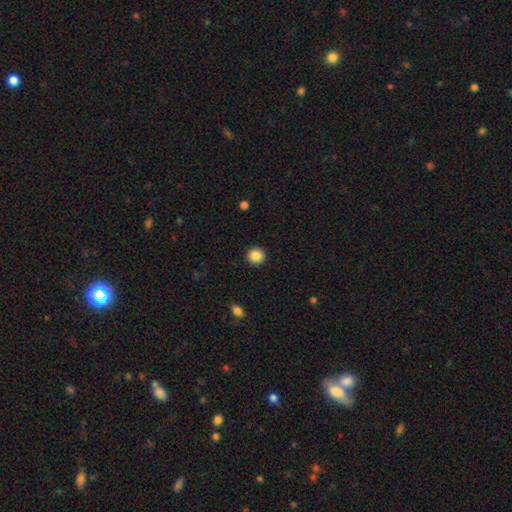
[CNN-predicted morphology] The model was most divided on "smooth or featured": smooth: 88%, star or artifact: 9%, featured or disk: 3%. More confident: how rounded — round (94%); merging — none (93%).